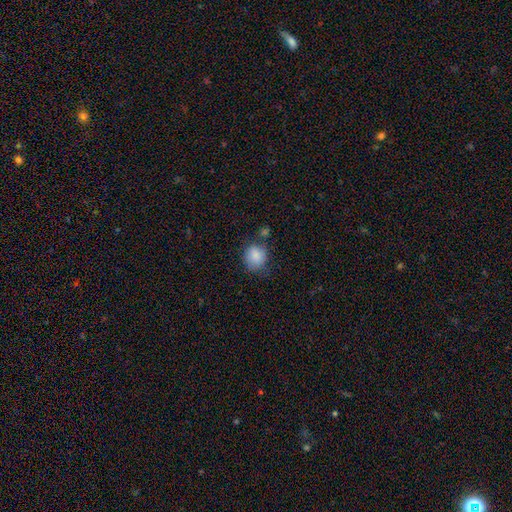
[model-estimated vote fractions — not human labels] Smooth or featured: smooth — 85% (star or artifact — 8%)
How rounded: round — 72% (in between — 27%)
Merging: none — 63% (minor disturbance — 23%)